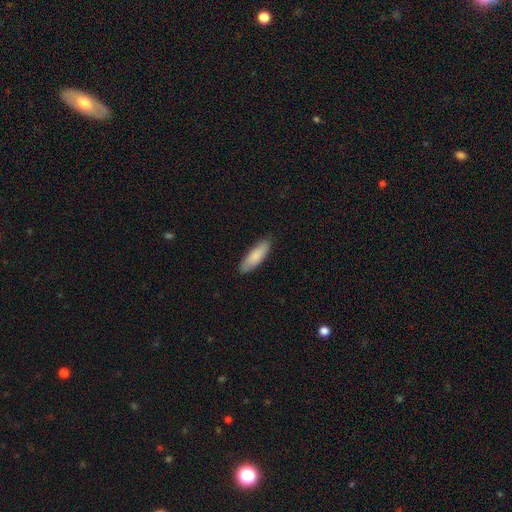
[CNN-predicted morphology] smooth_or_featured: smooth (p=0.84) [alt: featured or disk p=0.11]
how_rounded: cigar-shaped (p=0.52) [alt: in between p=0.47]
merging: none (p=0.86) [alt: minor disturbance p=0.11]